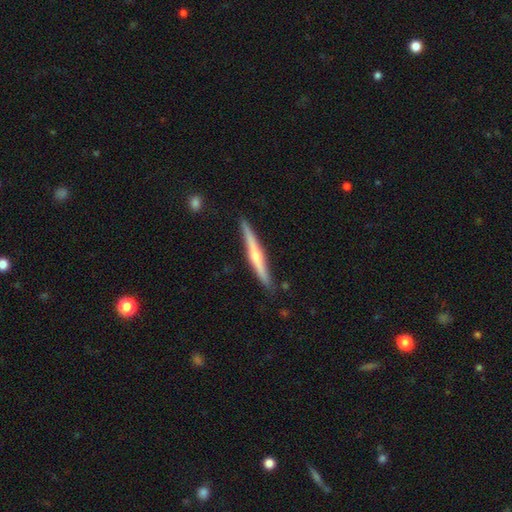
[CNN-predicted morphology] Overall: featured or disk (63%; smooth 32%). Edge-on disk: yes (97%). Edge-on bulge: rounded (74%). Merging: none (88%).